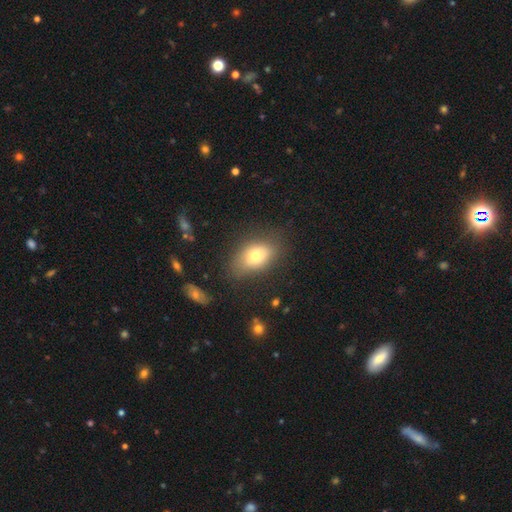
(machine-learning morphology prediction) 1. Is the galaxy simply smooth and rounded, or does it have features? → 75% smooth, 16% featured or disk, 9% star or artifact.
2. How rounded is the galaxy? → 86% in between, 11% round, 2% cigar-shaped.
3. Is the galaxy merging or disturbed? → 74% none, 18% minor disturbance, 6% major disturbance, 2% merger.